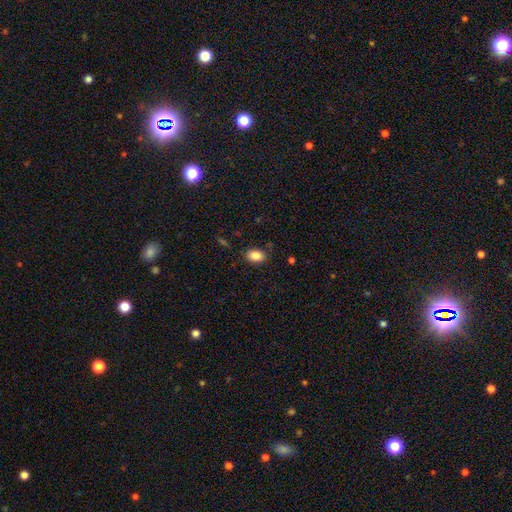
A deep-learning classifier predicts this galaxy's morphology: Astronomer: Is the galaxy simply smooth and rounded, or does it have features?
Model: smooth — 85%.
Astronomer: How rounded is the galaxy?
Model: in between — 86%.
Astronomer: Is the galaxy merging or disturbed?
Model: none — 82%.